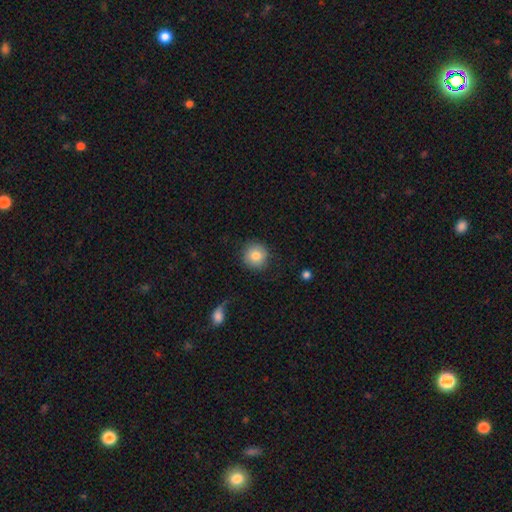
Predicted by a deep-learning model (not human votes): This is clearly a smooth galaxy (82%). How rounded: clearly round (93%). Merging: clearly none (86%).